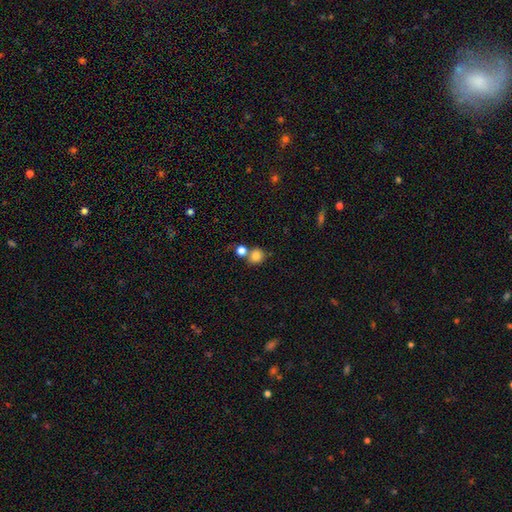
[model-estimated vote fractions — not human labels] A smooth galaxy with no disk features (82%) that is round (85%). Merging: none (52%).